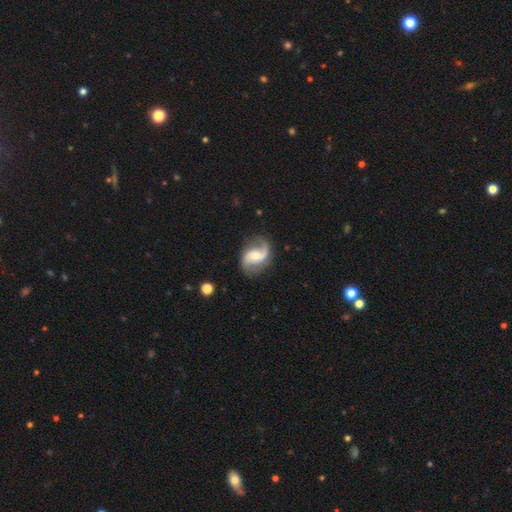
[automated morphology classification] This appears to be a featured or disk galaxy (87%) with no bar (47%), 2 (89%) loose (50%) spiral arms (97%) and a moderate central bulge (49%). Merging: none (75%).